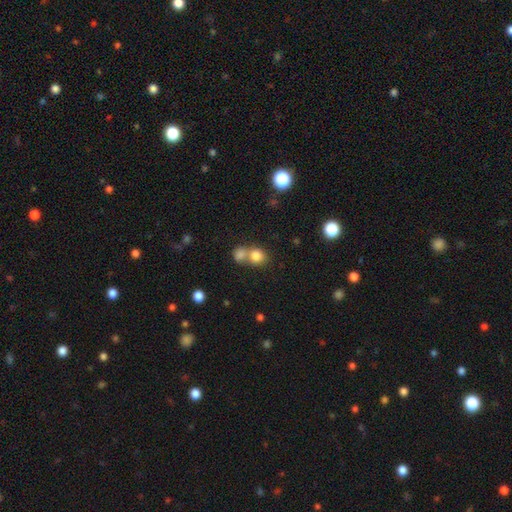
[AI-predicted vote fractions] smooth_or_featured: smooth (p=0.80) [alt: star or artifact p=0.11]
how_rounded: round (p=0.78) [alt: in between p=0.21]
merging: merger (p=0.48) [alt: none p=0.42]